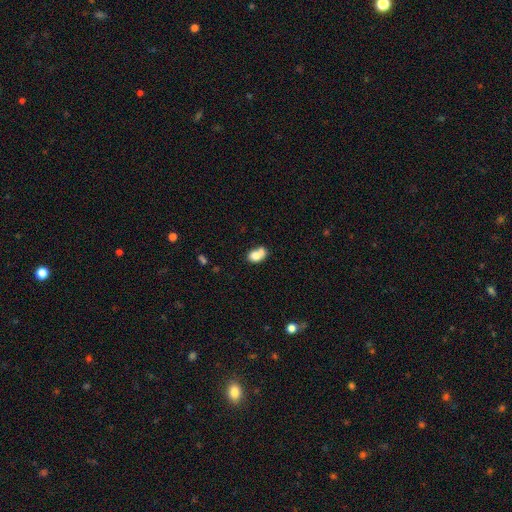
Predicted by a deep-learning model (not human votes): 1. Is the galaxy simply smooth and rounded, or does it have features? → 74% smooth, 16% featured or disk, 9% star or artifact.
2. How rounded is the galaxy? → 66% in between, 33% round, 1% cigar-shaped.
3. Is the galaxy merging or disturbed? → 52% merger, 27% none, 13% minor disturbance, 7% major disturbance.